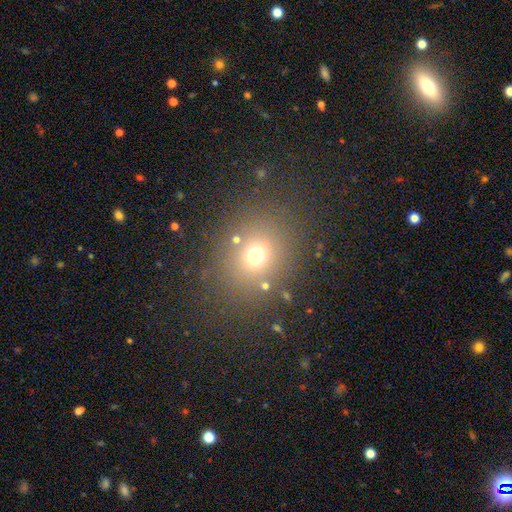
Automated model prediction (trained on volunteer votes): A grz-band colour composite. It shows a smooth galaxy with no disk features (68%) that is round (71%). Merging: none (81%).